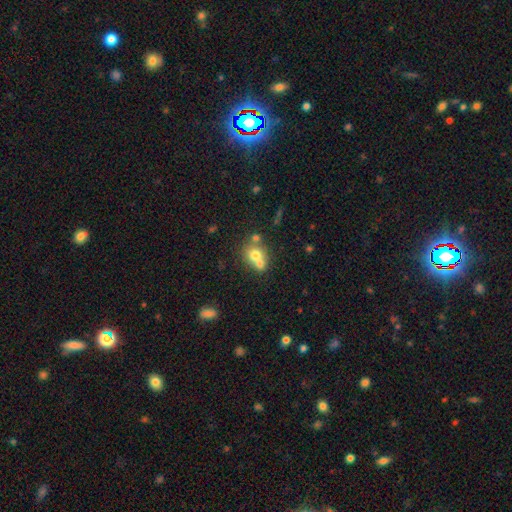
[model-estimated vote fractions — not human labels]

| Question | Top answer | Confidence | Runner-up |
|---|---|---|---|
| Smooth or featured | smooth | 68% | featured or disk (20%) |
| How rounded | round | 71% | in between (28%) |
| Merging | merger | 54% | none (35%) |